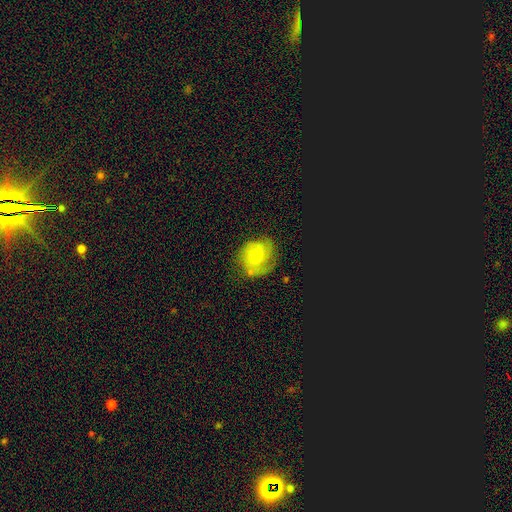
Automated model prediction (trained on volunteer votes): Smooth or featured? featured or disk (60%)
Edge-on disk? no (97%)
Bar? no (77%)
Spiral arms? yes (87%)
Spiral winding? tight (51%)
Spiral arm count? 2 (32%)
Bulge size? small (49%)
Merging? none (63%)